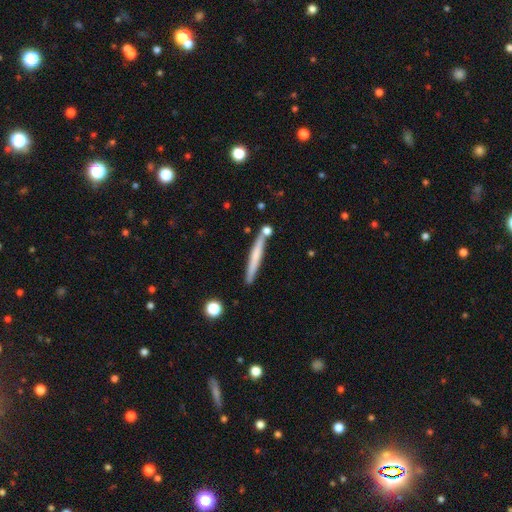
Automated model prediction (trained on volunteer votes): Smooth or featured?
  - smooth: 56% *
  - featured or disk: 38%
  - star or artifact: 6%
How rounded?
  - cigar-shaped: 96% *
  - in between: 3%
  - round: 1%
Merging?
  - none: 80% *
  - minor disturbance: 10%
  - merger: 7%
  - major disturbance: 2%